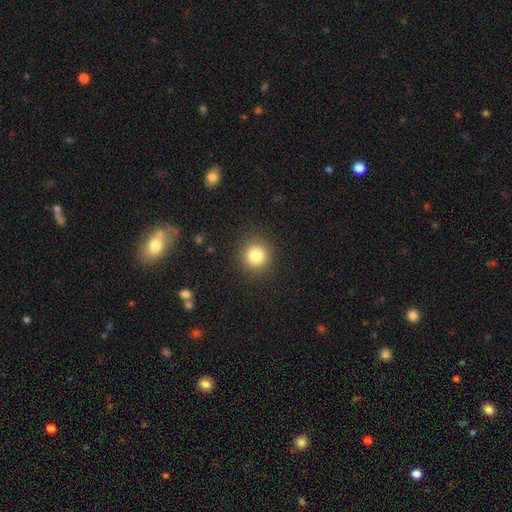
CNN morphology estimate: A smooth galaxy with no disk features (82%) that is round (92%). Merging: none (90%).